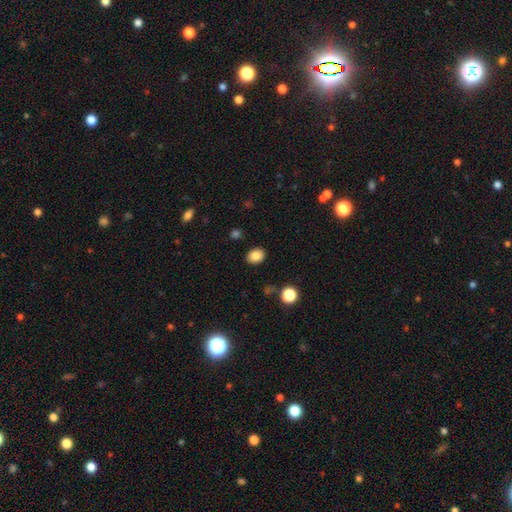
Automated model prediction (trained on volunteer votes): smooth-or-featured: smooth: 86% | star or artifact: 10% | featured or disk: 5%
  how-rounded: in between: 57% | round: 42% | cigar-shaped: 1%
  merging: none: 88% | minor disturbance: 8% | major disturbance: 2% | merger: 2%